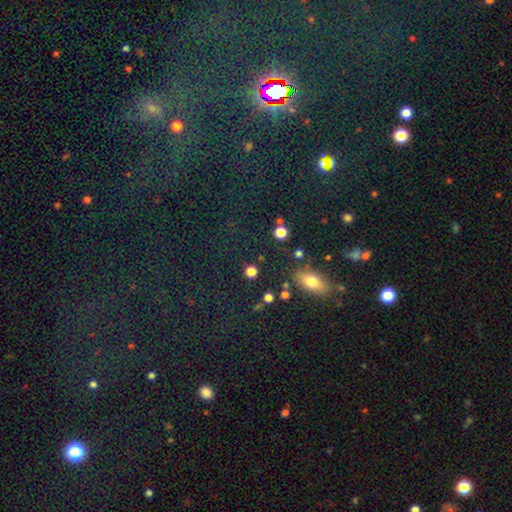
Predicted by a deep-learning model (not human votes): Smooth or featured? Predicted: star or artifact (p=0.60).